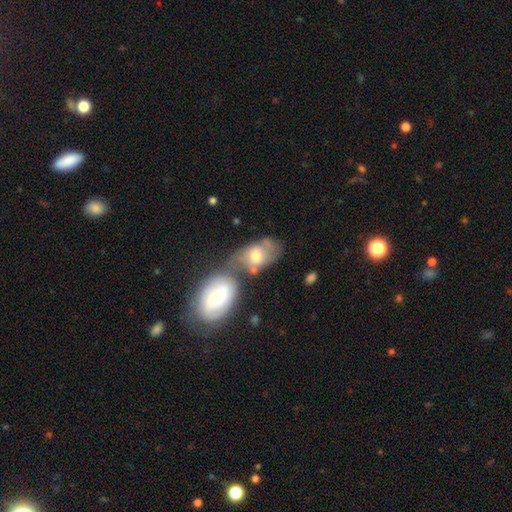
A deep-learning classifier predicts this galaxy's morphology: Smooth or featured? Predicted: smooth (p=0.54). How rounded? Predicted: in between (p=0.82). Merging? Predicted: merger (p=0.46).